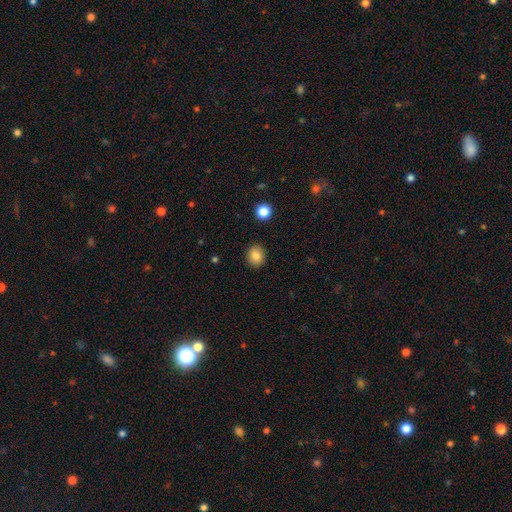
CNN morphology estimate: This appears to be a smooth galaxy with no disk features (84%) that is round (75%). Merging: none (90%).